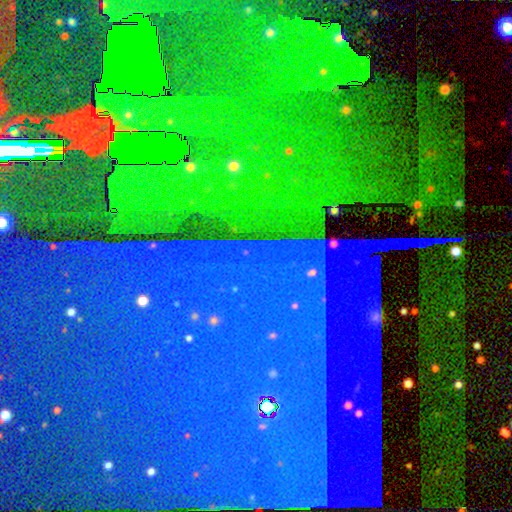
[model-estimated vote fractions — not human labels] This is clearly a star or artifact rather than a galaxy (88%).